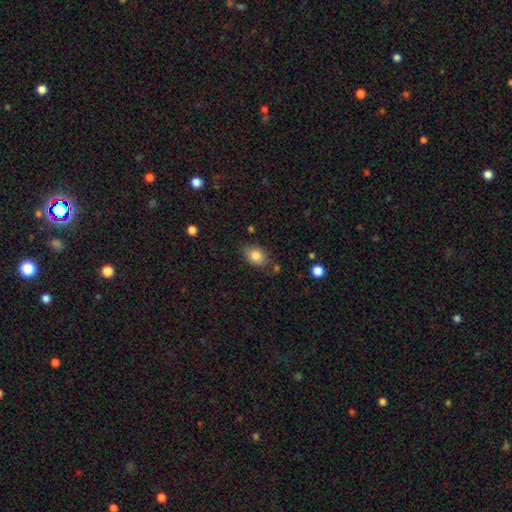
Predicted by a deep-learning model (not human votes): This appears to be a smooth galaxy with no disk features (83%) that is in between round and cigar-shaped (80%). Merging: none (73%).